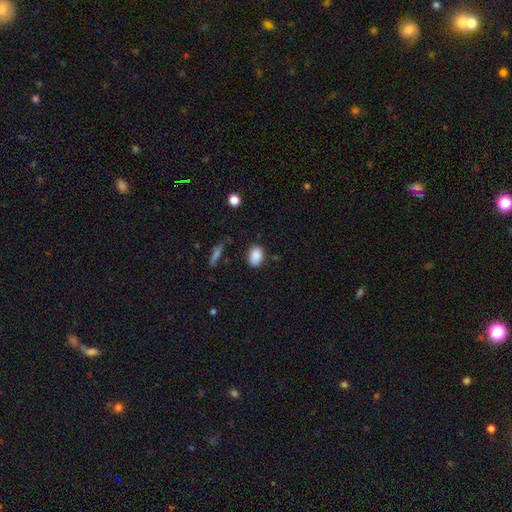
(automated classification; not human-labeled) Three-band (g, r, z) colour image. It shows a smooth galaxy with no disk features (87%) that is in between round and cigar-shaped (77%). Merging: none (74%).